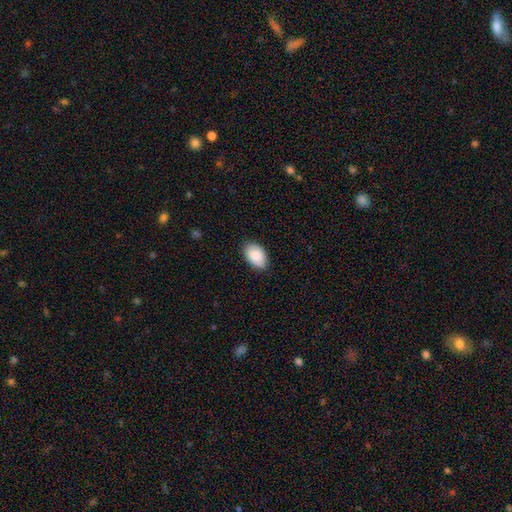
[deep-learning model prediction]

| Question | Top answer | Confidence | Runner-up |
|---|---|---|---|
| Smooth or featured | smooth | 88% | star or artifact (6%) |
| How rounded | in between | 92% | round (6%) |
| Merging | none | 83% | minor disturbance (14%) |